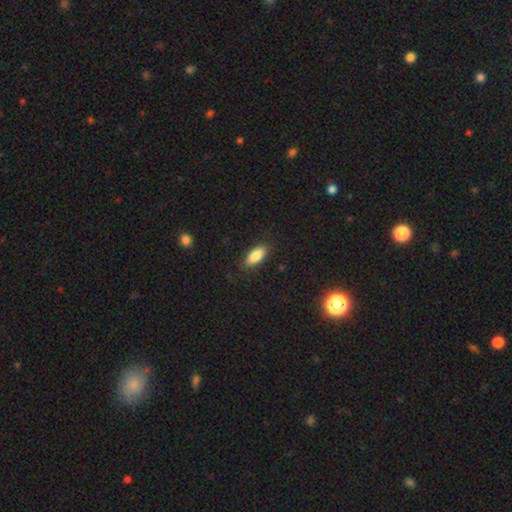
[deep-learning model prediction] smooth_or_featured: smooth (p=0.83) [alt: featured or disk p=0.10]
how_rounded: in between (p=0.80) [alt: cigar-shaped p=0.17]
merging: none (p=0.86) [alt: minor disturbance p=0.11]